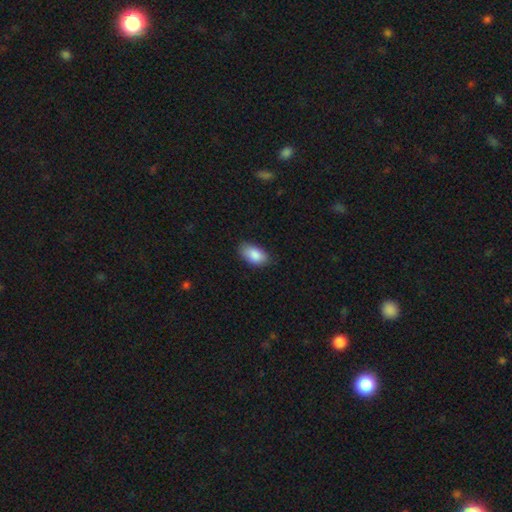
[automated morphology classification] A smooth galaxy with no disk features (87%) that is in between round and cigar-shaped (93%). Merging: none (80%).